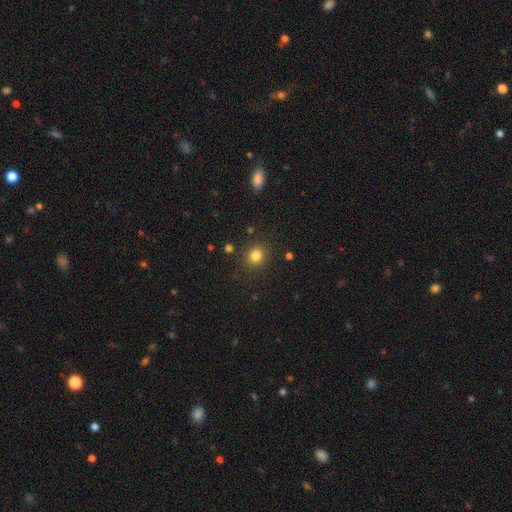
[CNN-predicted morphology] This appears to be a smooth galaxy with no disk features (81%) that is round (83%). Merging: none (87%).